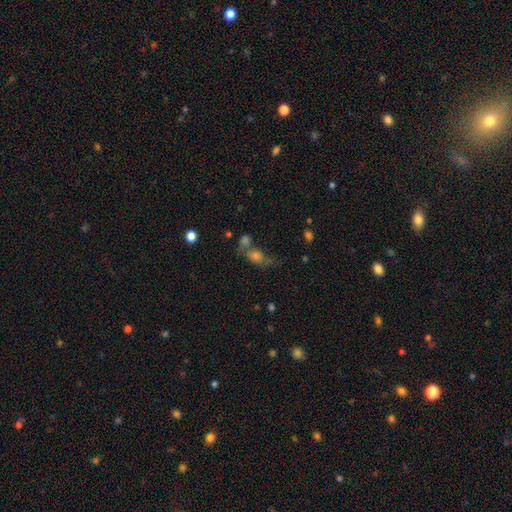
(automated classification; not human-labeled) The model was most divided on "merging": merger: 36%, none: 35%, major disturbance: 15%, minor disturbance: 14%. More confident: how rounded — in between (52%); smooth or featured — smooth (50%).